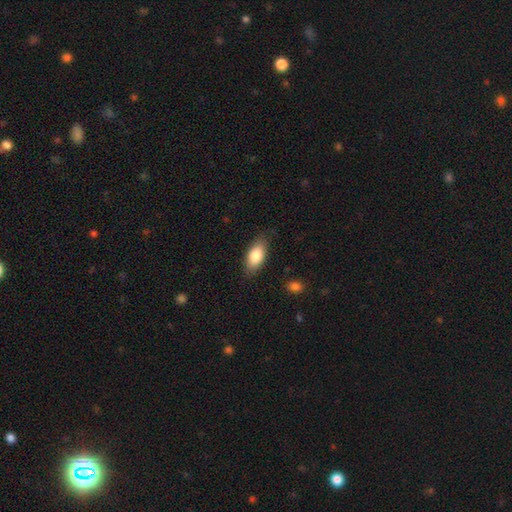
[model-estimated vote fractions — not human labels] Smooth or featured? Predicted: smooth (p=0.82). How rounded? Predicted: in between (p=0.89). Merging? Predicted: none (p=0.84).